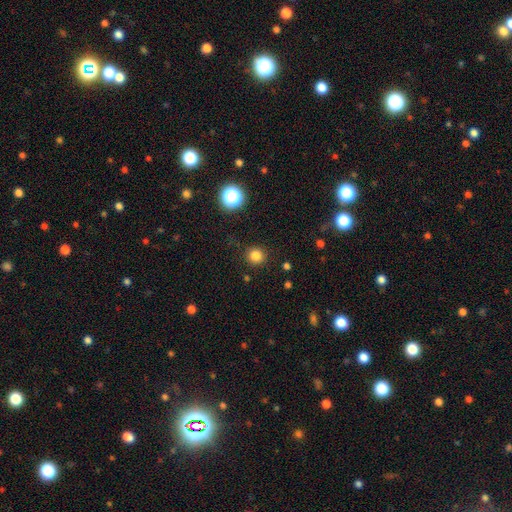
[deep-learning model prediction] Smooth or featured?
  - smooth: 82% *
  - star or artifact: 14%
  - featured or disk: 4%
How rounded?
  - round: 93% *
  - in between: 6%
  - cigar-shaped: 1%
Merging?
  - none: 90% *
  - minor disturbance: 6%
  - major disturbance: 2%
  - merger: 1%